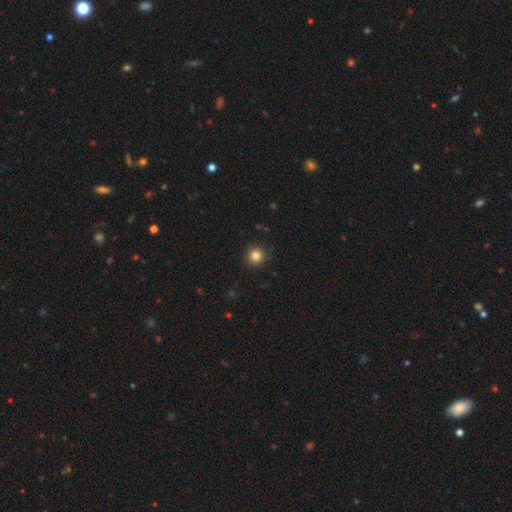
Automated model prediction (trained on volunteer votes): smooth_or_featured: smooth (p=0.84) [alt: star or artifact p=0.11]
how_rounded: round (p=0.94) [alt: in between p=0.05]
merging: none (p=0.91) [alt: minor disturbance p=0.06]